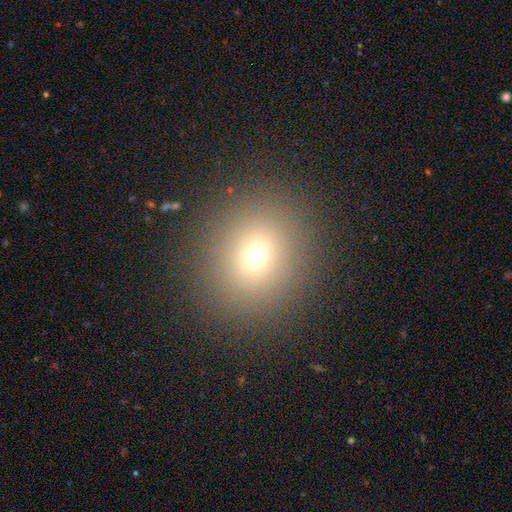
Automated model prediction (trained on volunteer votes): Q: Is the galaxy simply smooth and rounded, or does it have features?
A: smooth — 69%.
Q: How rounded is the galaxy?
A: round — 84%.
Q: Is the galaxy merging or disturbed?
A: none — 90%.